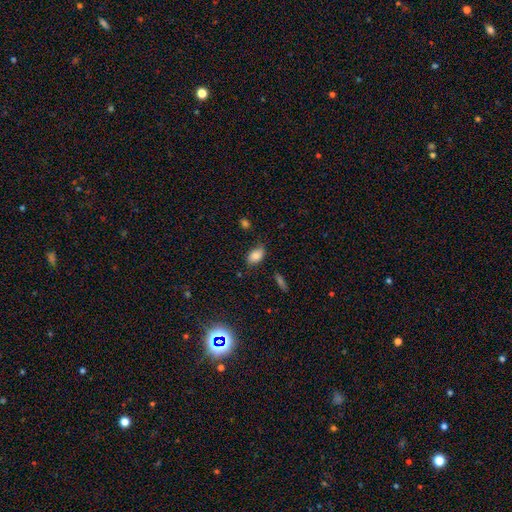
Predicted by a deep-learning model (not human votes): Q: Smooth or featured?
A: smooth (81%); runner-up: featured or disk (10%)
Q: How rounded?
A: in between (90%); runner-up: round (8%)
Q: Merging?
A: none (69%); runner-up: minor disturbance (24%)